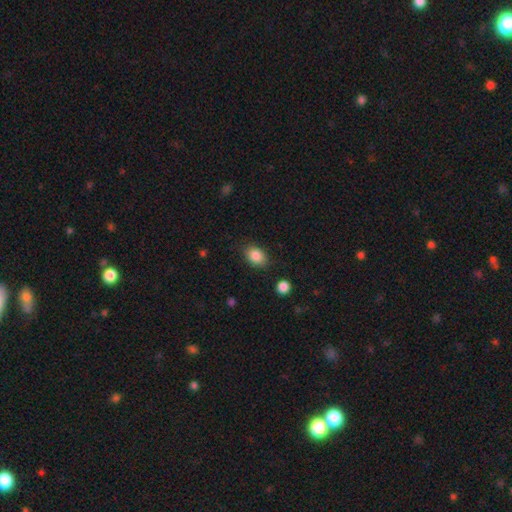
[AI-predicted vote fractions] smooth-or-featured: smooth: 86% | star or artifact: 8% | featured or disk: 5%
  how-rounded: in between: 74% | round: 25% | cigar-shaped: 1%
  merging: none: 83% | minor disturbance: 12% | major disturbance: 3% | merger: 2%